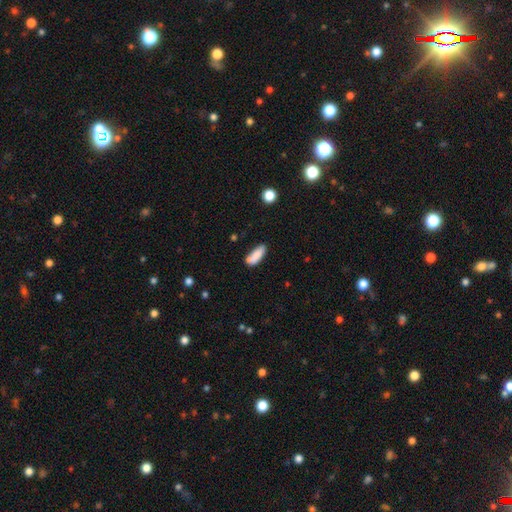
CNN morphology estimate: smooth 84%, featured or disk 8%, star or artifact 7%. Down the decision tree: how rounded — in between (66%); merging — none (64%).